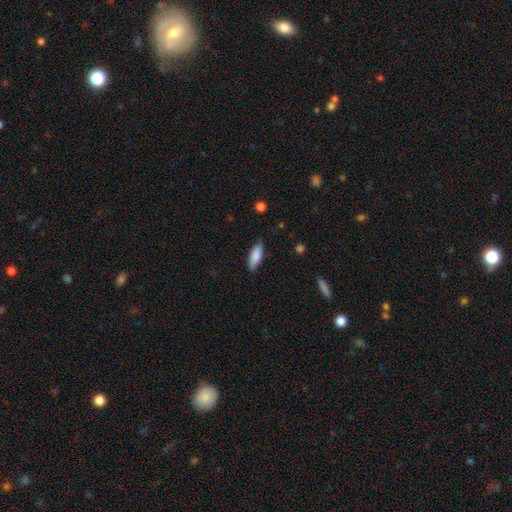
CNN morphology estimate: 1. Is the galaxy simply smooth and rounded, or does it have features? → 84% smooth, 10% featured or disk, 6% star or artifact.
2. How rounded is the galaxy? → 63% in between, 35% cigar-shaped, 2% round.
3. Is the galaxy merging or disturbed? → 84% none, 13% minor disturbance, 2% major disturbance, 1% merger.